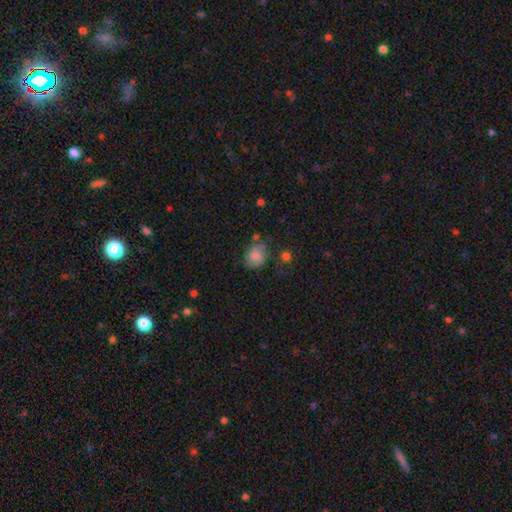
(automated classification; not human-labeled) smooth 75%, featured or disk 16%, star or artifact 9%. Down the decision tree: how rounded — in between (62%); merging — none (57%).